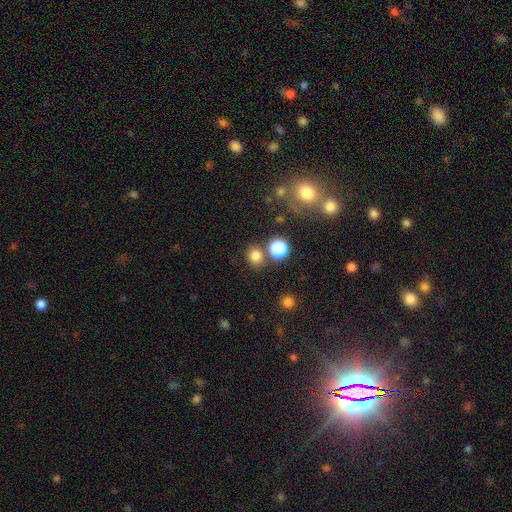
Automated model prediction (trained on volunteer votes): A smooth galaxy with no disk features (77%) that is round (73%).

Vote fractions:
- Smooth or featured? smooth: 77% / star or artifact: 17% / featured or disk: 6%
- How rounded? round: 73% / in between: 26% / cigar-shaped: 1%
- Merging? none: 76% / merger: 11% / minor disturbance: 10% / major disturbance: 4%